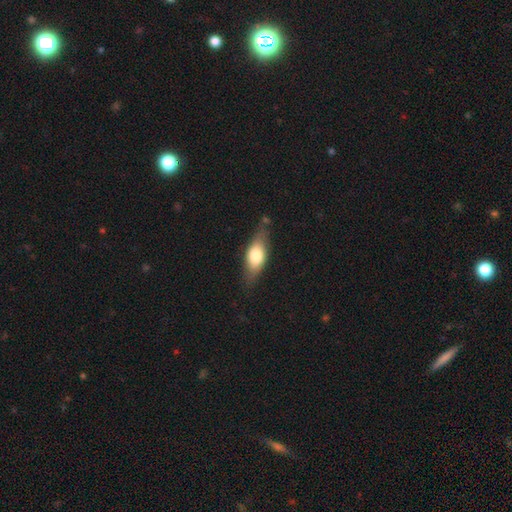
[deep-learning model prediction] smooth 64%, featured or disk 30%, star or artifact 7%. Down the decision tree: how rounded — in between (73%); merging — none (71%).